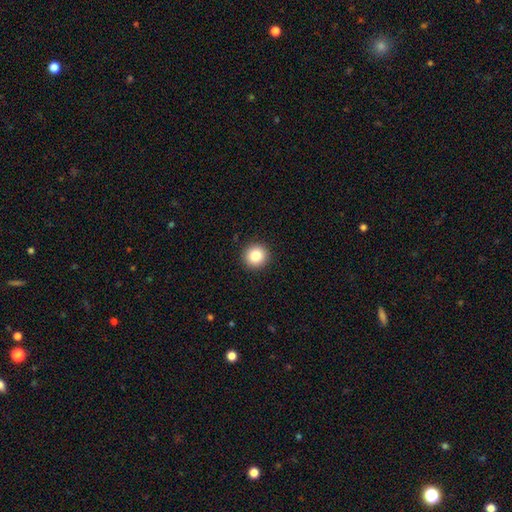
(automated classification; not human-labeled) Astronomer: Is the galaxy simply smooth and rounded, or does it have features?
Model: smooth — 84%.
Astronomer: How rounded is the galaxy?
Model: round — 94%.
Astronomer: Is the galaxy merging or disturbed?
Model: none — 93%.